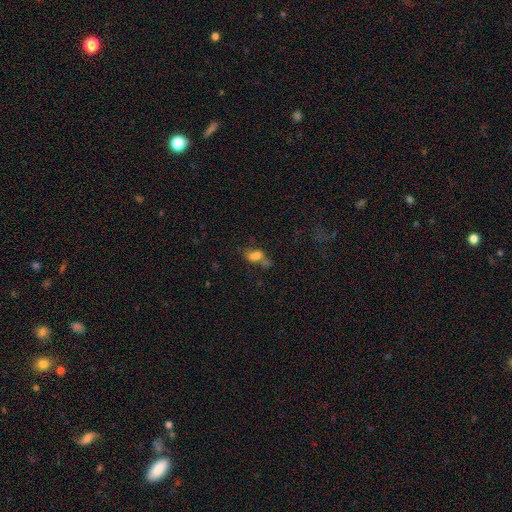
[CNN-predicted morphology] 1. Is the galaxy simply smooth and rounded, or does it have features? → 62% smooth, 22% featured or disk, 17% star or artifact.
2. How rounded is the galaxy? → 67% in between, 29% round, 5% cigar-shaped.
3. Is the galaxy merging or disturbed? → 58% merger, 22% none, 10% minor disturbance, 10% major disturbance.